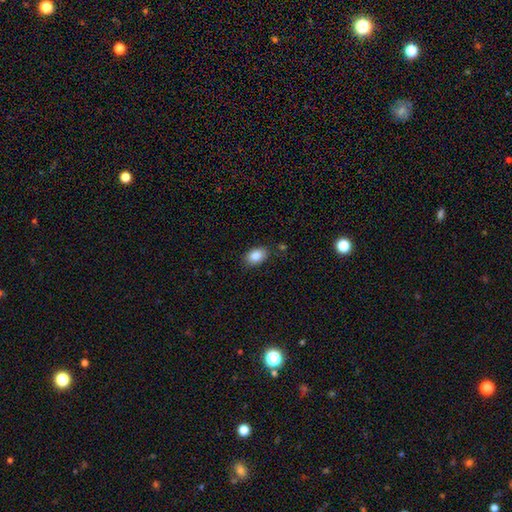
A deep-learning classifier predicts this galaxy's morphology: This appears to be a smooth galaxy with no disk features (87%) that is in between round and cigar-shaped (85%). Merging: none (81%).